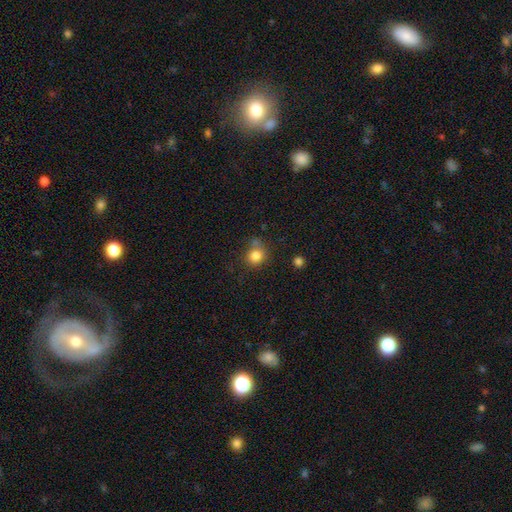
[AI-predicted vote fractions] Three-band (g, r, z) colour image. It shows a smooth galaxy with no disk features (82%) that is round (85%). Merging: none (68%).